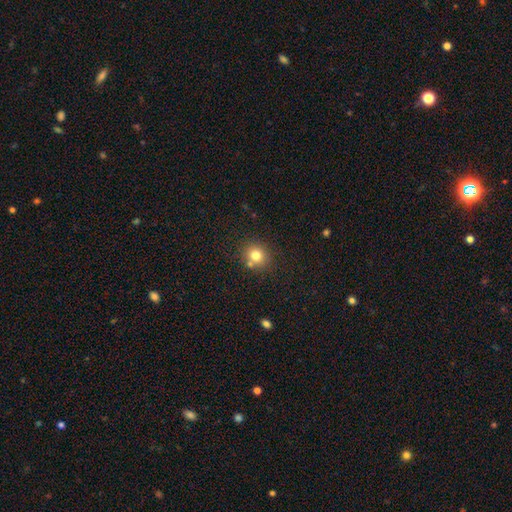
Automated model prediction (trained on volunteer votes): Smooth or featured? smooth (78%)
How rounded? round (81%)
Merging? none (72%)